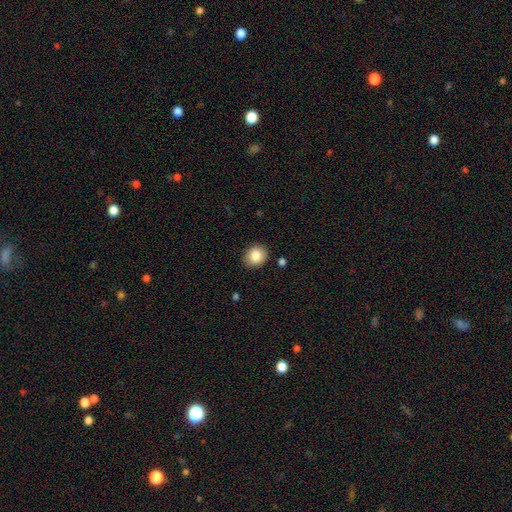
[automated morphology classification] smooth 85%, star or artifact 9%, featured or disk 7%. Down the decision tree: how rounded — round (63%); merging — none (87%).